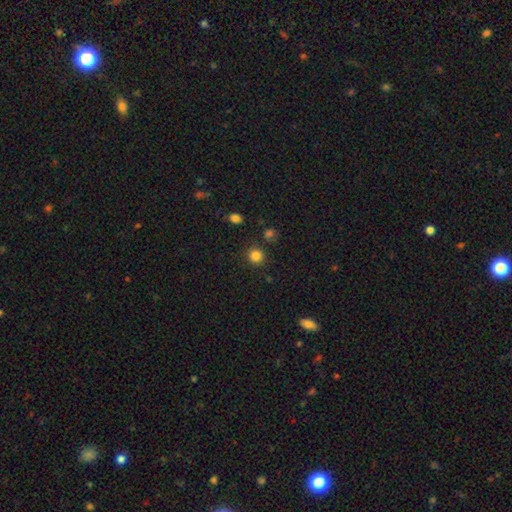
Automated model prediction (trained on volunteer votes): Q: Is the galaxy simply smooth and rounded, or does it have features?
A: smooth — 84%.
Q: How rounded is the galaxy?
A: round — 92%.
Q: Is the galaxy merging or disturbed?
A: none — 87%.